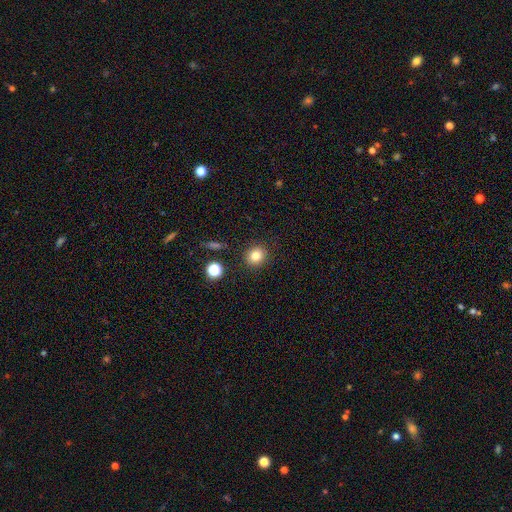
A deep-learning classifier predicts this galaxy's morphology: This is clearly a smooth galaxy (81%). How rounded: clearly round (82%). Merging: clearly none (89%).